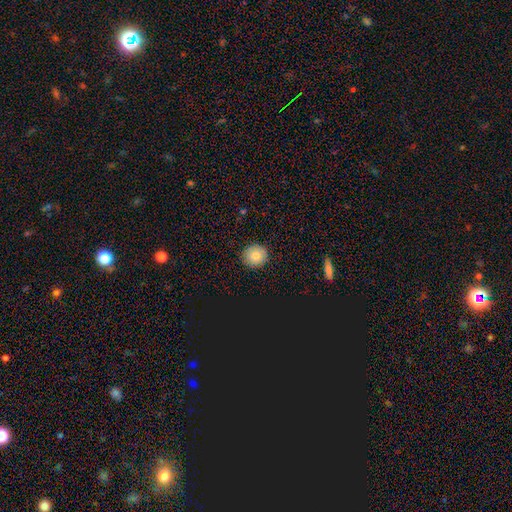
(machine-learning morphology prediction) This is likely a smooth galaxy (79%). How rounded: clearly round (88%). Merging: clearly none (89%).